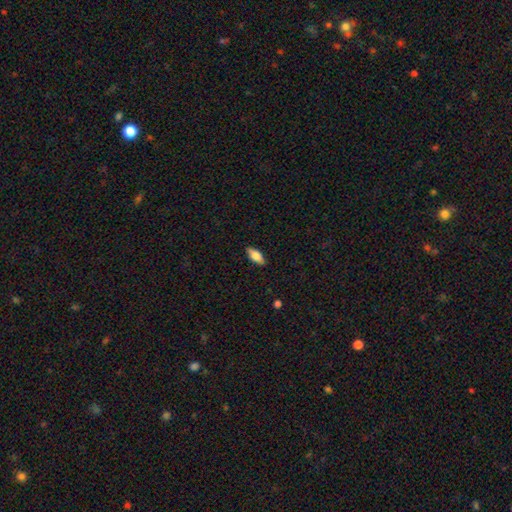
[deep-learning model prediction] Morphology: type=smooth (77%); roundness=in between (82%); merging=none (88%).